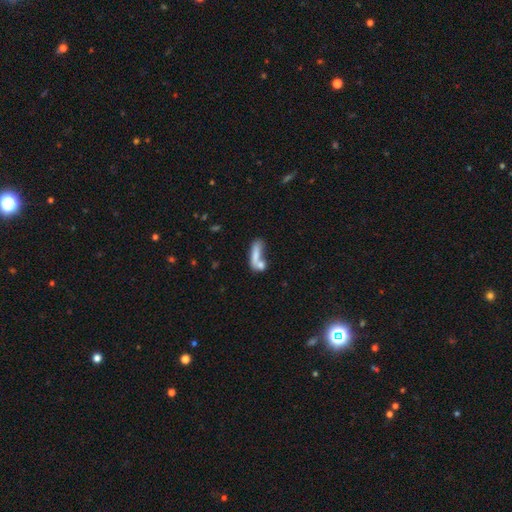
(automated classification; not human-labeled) This appears to be a smooth galaxy with no disk features (70%) that is cigar-shaped (52%). Merging: merger (51%).